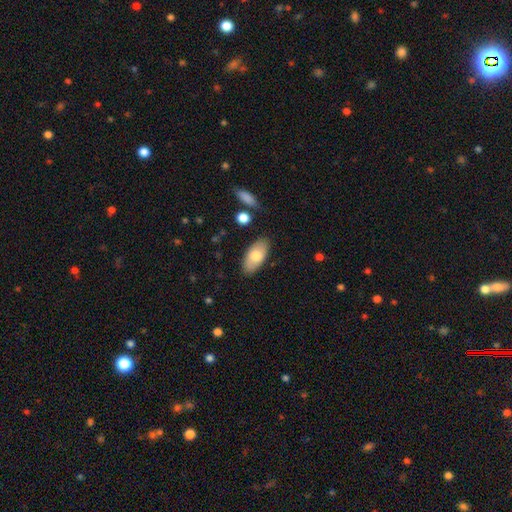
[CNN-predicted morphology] A smooth galaxy with no disk features (74%) that is in between round and cigar-shaped (92%).

Vote fractions:
- Smooth or featured? smooth: 74% / featured or disk: 20% / star or artifact: 6%
- How rounded? in between: 92% / cigar-shaped: 5% / round: 3%
- Merging? none: 85% / minor disturbance: 11% / major disturbance: 2% / merger: 2%